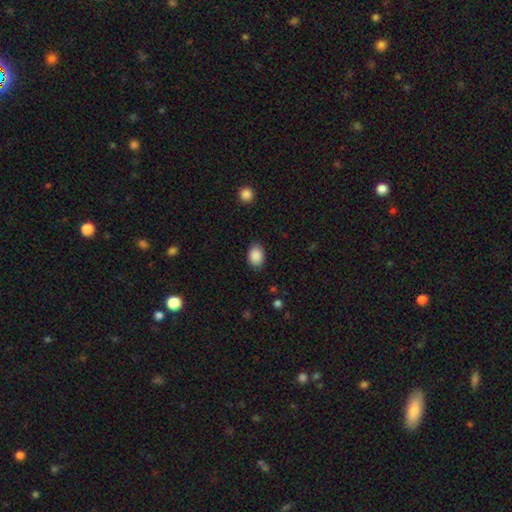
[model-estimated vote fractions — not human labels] Q: Smooth or featured?
A: smooth (89%); runner-up: star or artifact (8%)
Q: How rounded?
A: in between (76%); runner-up: round (23%)
Q: Merging?
A: none (85%); runner-up: minor disturbance (11%)